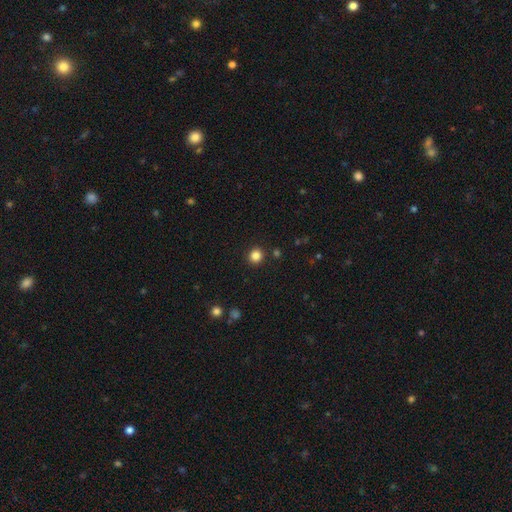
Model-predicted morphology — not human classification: A smooth galaxy with no disk features (84%) that is round (91%). Merging: none (91%).